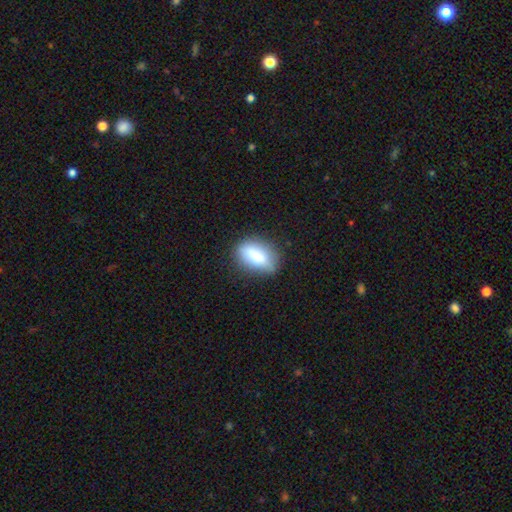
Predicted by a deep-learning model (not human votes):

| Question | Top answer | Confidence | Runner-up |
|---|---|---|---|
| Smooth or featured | smooth | 74% | featured or disk (18%) |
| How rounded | in between | 79% | cigar-shaped (11%) |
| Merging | none | 74% | minor disturbance (19%) |